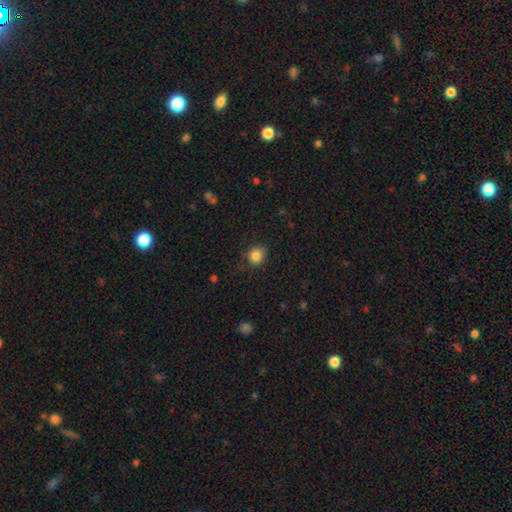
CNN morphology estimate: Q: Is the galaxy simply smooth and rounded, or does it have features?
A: smooth — 85%.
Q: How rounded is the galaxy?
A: round — 82%.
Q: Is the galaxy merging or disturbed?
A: none — 79%.